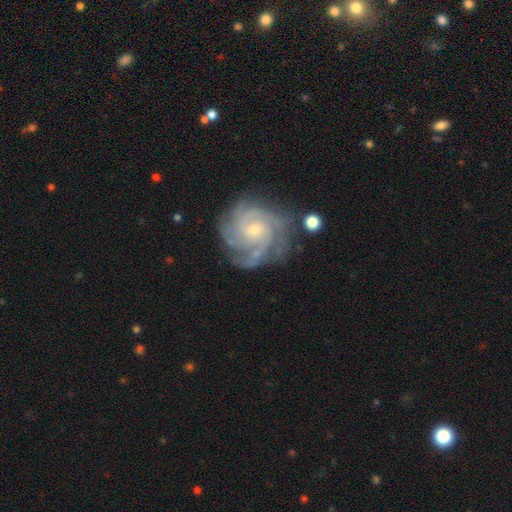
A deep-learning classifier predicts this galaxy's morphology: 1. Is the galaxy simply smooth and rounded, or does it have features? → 89% featured or disk, 6% smooth, 6% star or artifact.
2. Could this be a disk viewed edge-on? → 98% no, 2% yes.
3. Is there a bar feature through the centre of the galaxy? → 71% no, 25% weak, 5% strong.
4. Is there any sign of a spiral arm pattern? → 98% yes, 2% no.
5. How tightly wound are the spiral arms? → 70% tight, 26% medium, 4% loose.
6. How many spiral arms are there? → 31% 4, 26% 3, 18% can't tell, 10% 2, 8% more than 4, 6% 1.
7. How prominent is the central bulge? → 68% small, 27% moderate, 2% none, 1% large, 1% dominant.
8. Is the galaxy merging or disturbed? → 72% none, 17% minor disturbance, 7% major disturbance, 4% merger.